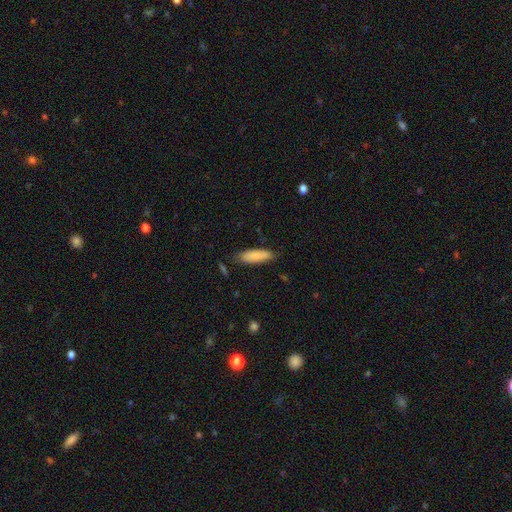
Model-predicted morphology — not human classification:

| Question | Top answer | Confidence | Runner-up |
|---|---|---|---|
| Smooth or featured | smooth | 85% | featured or disk (9%) |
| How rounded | in between | 52% | cigar-shaped (47%) |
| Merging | none | 75% | minor disturbance (19%) |